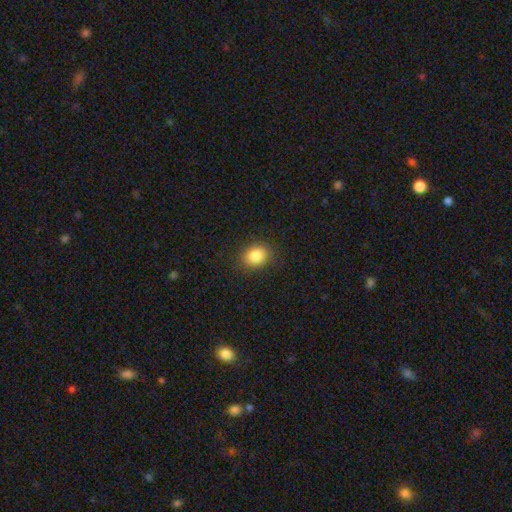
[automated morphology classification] A smooth galaxy with no disk features (85%) that is in between round and cigar-shaped (56%).

Vote fractions:
- Smooth or featured? smooth: 85% / star or artifact: 9% / featured or disk: 5%
- How rounded? in between: 56% / round: 42% / cigar-shaped: 1%
- Merging? none: 87% / minor disturbance: 9% / major disturbance: 3% / merger: 1%